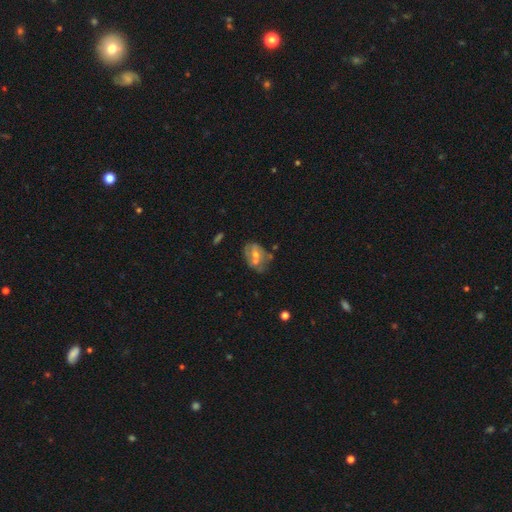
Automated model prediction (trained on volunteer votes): This is possibly a featured or disk galaxy (56%). It is clearly not viewed edge-on (96%). Bar: possibly no (59%). Spiral arm pattern: likely no (66%). Central bulge: possibly moderate (51%). Merging: marginally none (37%).